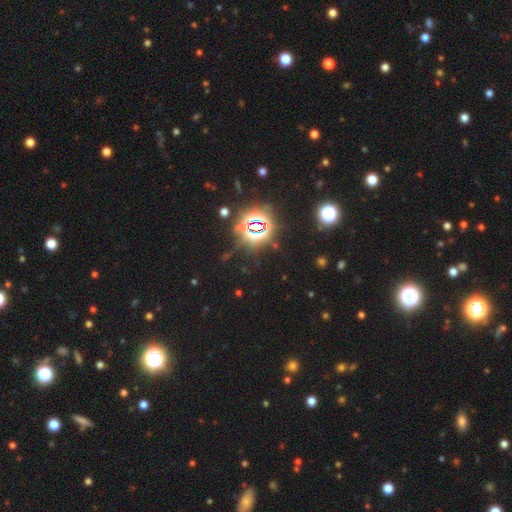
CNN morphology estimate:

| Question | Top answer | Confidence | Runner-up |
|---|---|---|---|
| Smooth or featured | star or artifact | 82% | smooth (11%) |